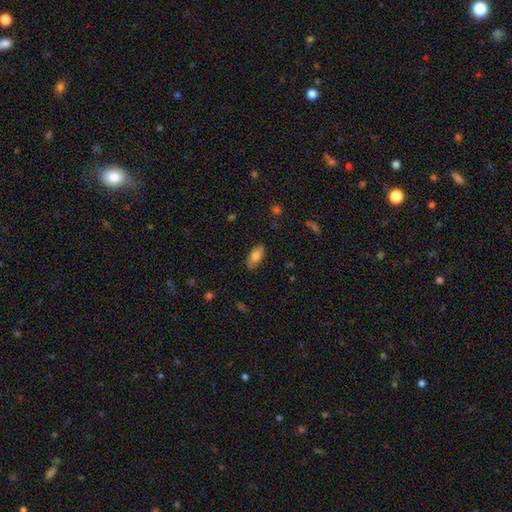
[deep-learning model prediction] Q: Smooth or featured?
A: smooth (79%); runner-up: featured or disk (14%)
Q: How rounded?
A: in between (88%); runner-up: cigar-shaped (9%)
Q: Merging?
A: none (83%); runner-up: minor disturbance (13%)